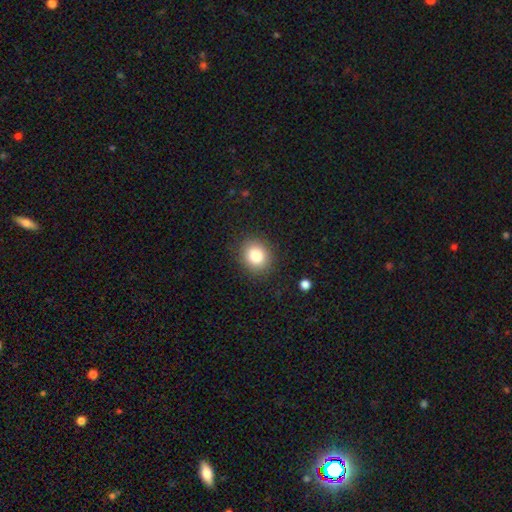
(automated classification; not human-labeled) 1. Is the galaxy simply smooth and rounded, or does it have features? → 85% smooth, 9% star or artifact, 6% featured or disk.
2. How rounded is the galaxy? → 74% round, 26% in between, 1% cigar-shaped.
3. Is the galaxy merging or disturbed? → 88% none, 8% minor disturbance, 3% major disturbance, 1% merger.